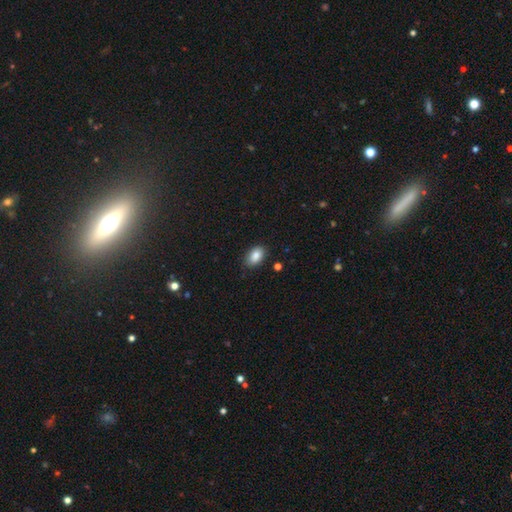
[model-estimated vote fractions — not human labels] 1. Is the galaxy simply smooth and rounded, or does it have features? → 86% smooth, 8% star or artifact, 6% featured or disk.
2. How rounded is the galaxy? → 89% in between, 9% round, 1% cigar-shaped.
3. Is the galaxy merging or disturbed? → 85% none, 11% minor disturbance, 2% major disturbance, 1% merger.